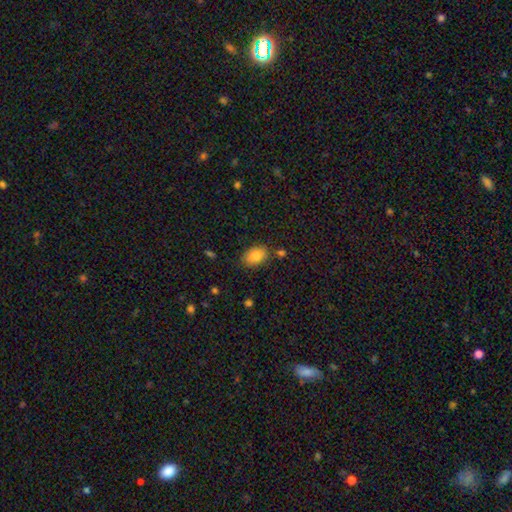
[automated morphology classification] smooth_or_featured: smooth (p=0.84) [alt: star or artifact p=0.08]
how_rounded: in between (p=0.85) [alt: round p=0.13]
merging: none (p=0.79) [alt: minor disturbance p=0.14]